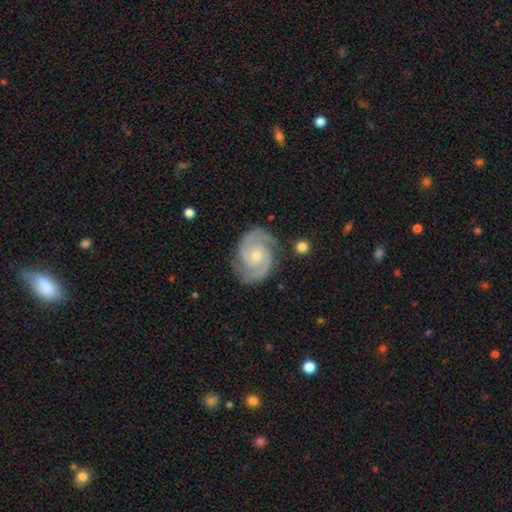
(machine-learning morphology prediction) smooth-or-featured: featured or disk: 92% | star or artifact: 4% | smooth: 4%
  disk-edge-on: no: 98% | yes: 2%
    bar: no: 66% | weak: 28% | strong: 6%
    has-spiral-arms: yes: 98% | no: 2%
      spiral-winding: tight: 61% | medium: 35% | loose: 4%
      spiral-arm-count: 2: 86% | 3: 8% | can't tell: 3% | 4: 1% | 1: 1% | more than 4: 1%
    bulge-size: small: 54% | moderate: 42% | none: 2% | large: 1% | dominant: 1%
  merging: none: 83% | minor disturbance: 12% | major disturbance: 3% | merger: 2%